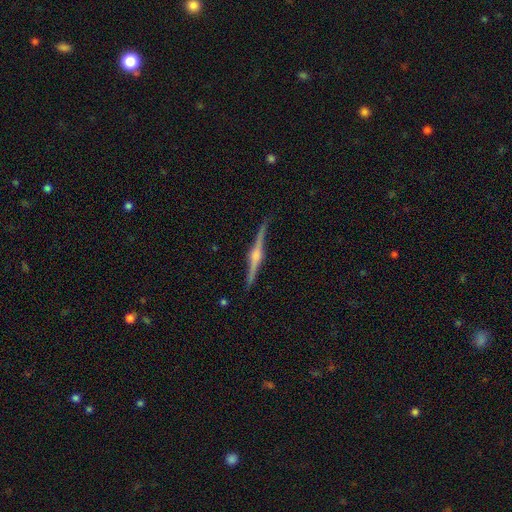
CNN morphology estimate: A featured or disk galaxy (87%) viewed edge-on (98%) with a rounded central bulge (88%). Merging: none (89%).